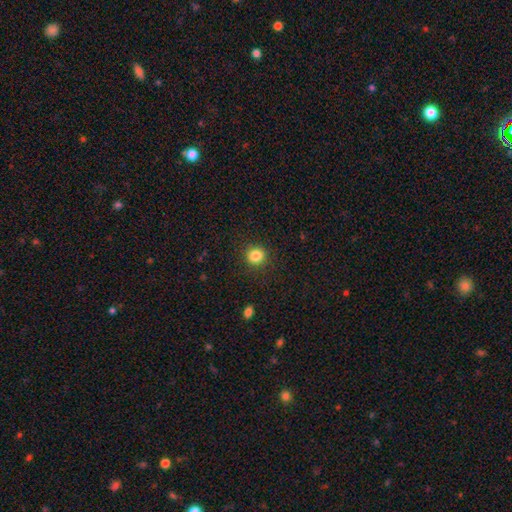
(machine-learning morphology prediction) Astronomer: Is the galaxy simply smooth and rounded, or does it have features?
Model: smooth — 85%.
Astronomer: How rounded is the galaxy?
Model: round — 86%.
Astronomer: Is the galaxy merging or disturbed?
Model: none — 89%.